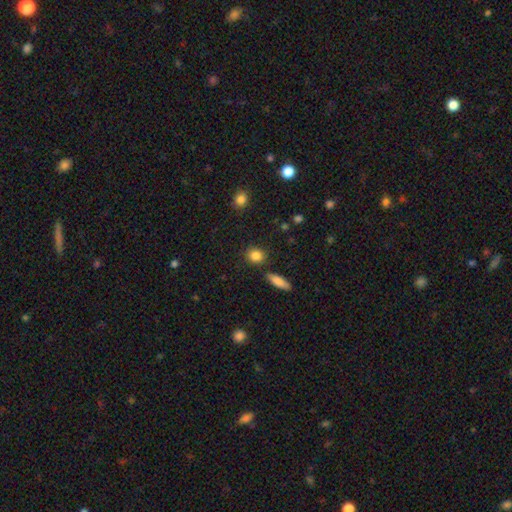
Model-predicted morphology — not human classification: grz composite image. It shows a smooth galaxy with no disk features (85%) that is round (75%). Merging: none (83%).